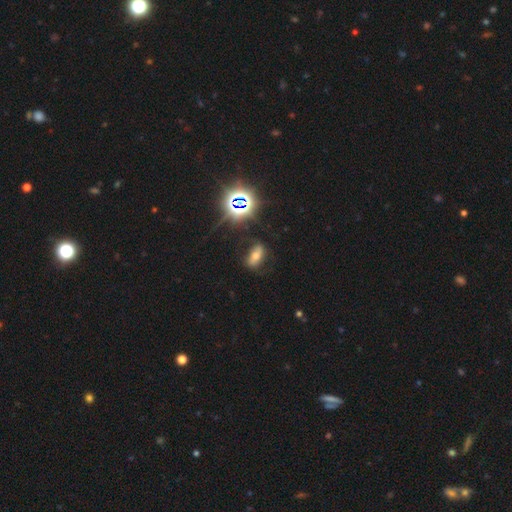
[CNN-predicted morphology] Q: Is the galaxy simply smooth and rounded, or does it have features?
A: smooth — 46%.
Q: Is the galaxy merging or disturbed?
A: none — 79%.